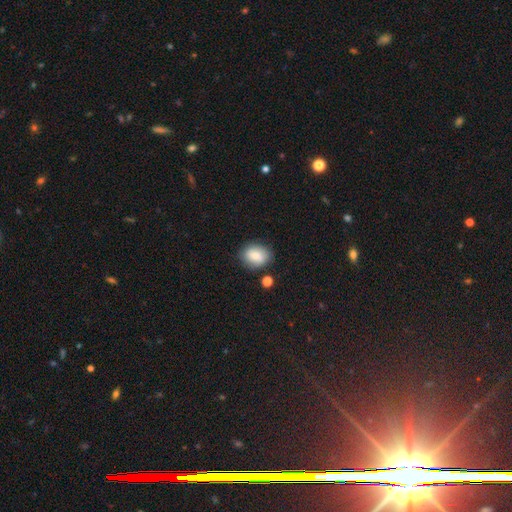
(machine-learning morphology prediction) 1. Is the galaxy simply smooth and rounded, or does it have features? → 82% smooth, 9% featured or disk, 8% star or artifact.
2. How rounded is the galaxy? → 59% in between, 40% round, 1% cigar-shaped.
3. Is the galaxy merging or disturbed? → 75% none, 16% minor disturbance, 5% merger, 4% major disturbance.